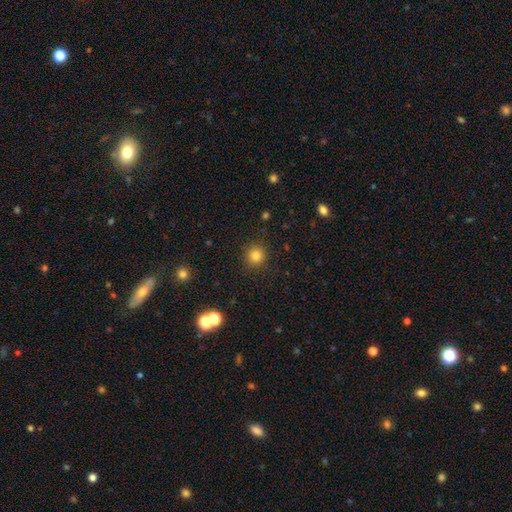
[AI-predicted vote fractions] smooth_or_featured: smooth (p=0.82) [alt: star or artifact p=0.13]
how_rounded: round (p=0.93) [alt: in between p=0.06]
merging: none (p=0.91) [alt: minor disturbance p=0.06]